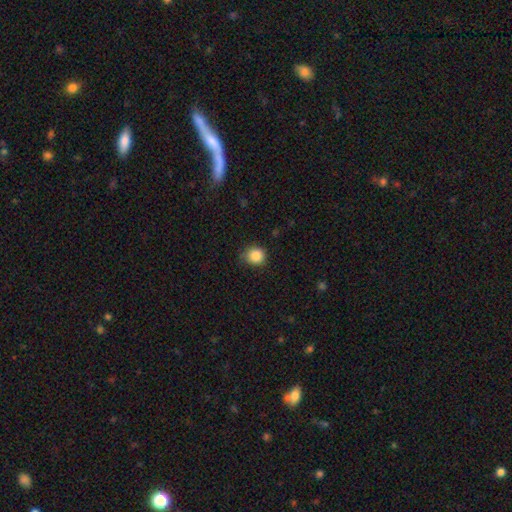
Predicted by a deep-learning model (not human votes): This appears to be a smooth galaxy with no disk features (86%) that is round (86%). Merging: none (77%).